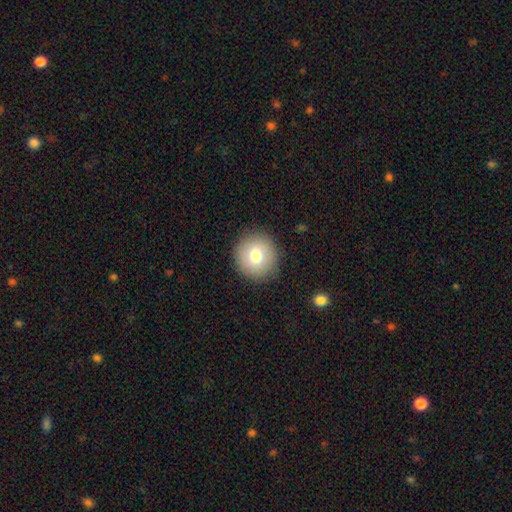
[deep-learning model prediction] The model was most divided on "smooth or featured": smooth: 77%, featured or disk: 14%, star or artifact: 10%. More confident: how rounded — round (94%); merging — none (90%).